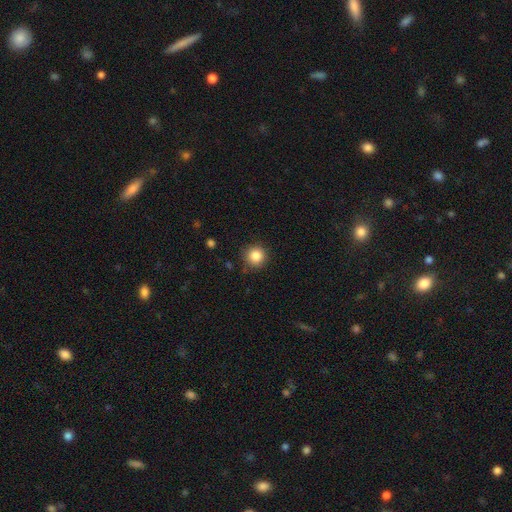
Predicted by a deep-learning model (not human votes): Smooth or featured? smooth (85%)
How rounded? round (94%)
Merging? none (88%)